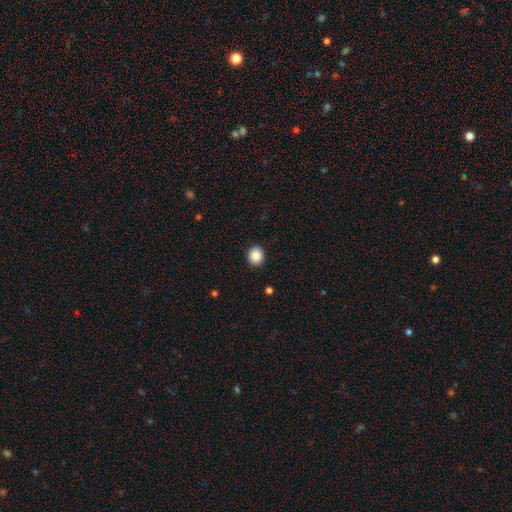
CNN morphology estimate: smooth 87%, star or artifact 9%, featured or disk 5%. Down the decision tree: how rounded — round (78%); merging — none (92%).